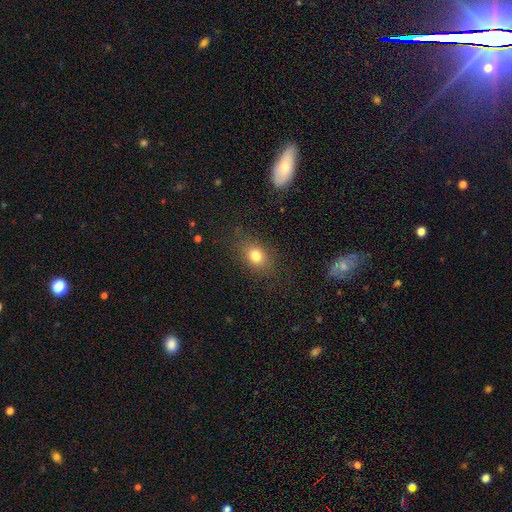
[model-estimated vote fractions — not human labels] Morphology: type=smooth (78%); roundness=in between (63%); merging=none (81%).